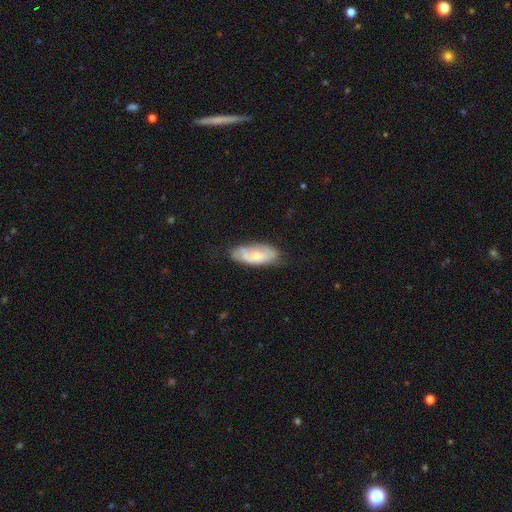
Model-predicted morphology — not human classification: Smooth or featured?
  - smooth: 50% *
  - featured or disk: 43%
  - star or artifact: 7%
How rounded?
  - in between: 83% *
  - cigar-shaped: 15%
  - round: 2%
Merging?
  - none: 57% *
  - minor disturbance: 29%
  - major disturbance: 9%
  - merger: 5%